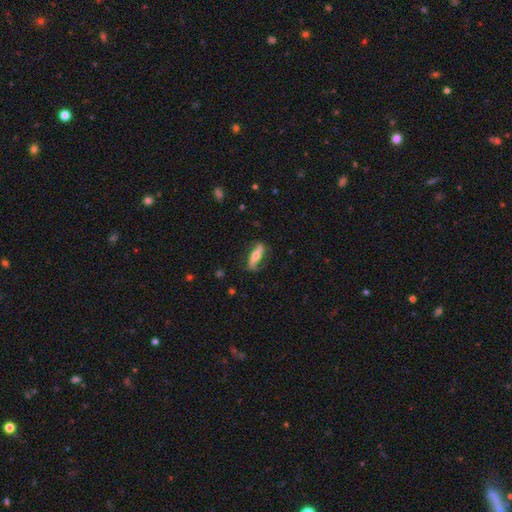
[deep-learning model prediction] This is likely a featured or disk galaxy (62%). It is possibly not viewed edge-on (54%). Merging: likely none (74%).